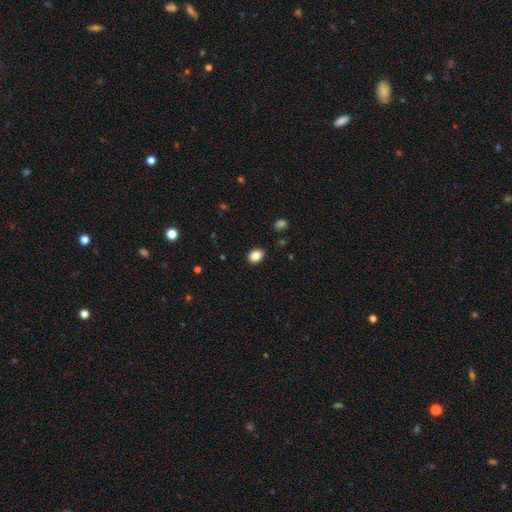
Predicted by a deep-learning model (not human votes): Smooth or featured: smooth — 86% (star or artifact — 9%)
How rounded: in between — 60% (round — 39%)
Merging: none — 89% (minor disturbance — 8%)